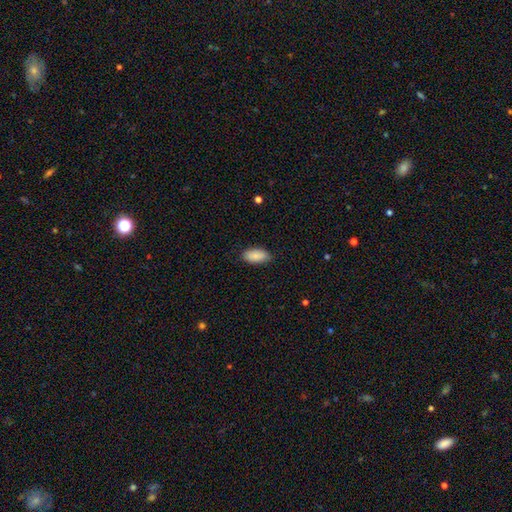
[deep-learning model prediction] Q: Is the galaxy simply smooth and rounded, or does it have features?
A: smooth — 89%.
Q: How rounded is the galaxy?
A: in between — 92%.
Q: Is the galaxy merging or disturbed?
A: none — 86%.